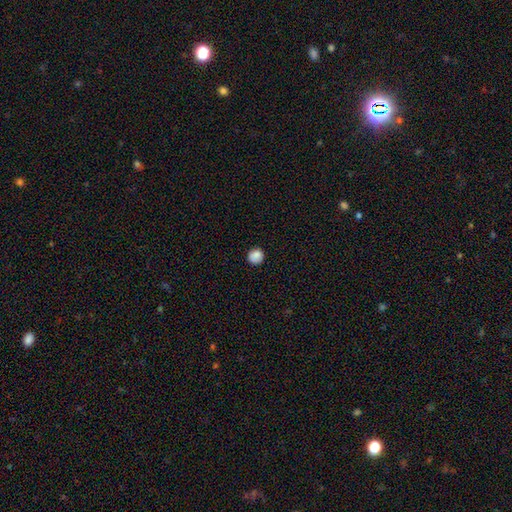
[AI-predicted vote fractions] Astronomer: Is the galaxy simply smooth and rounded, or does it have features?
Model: smooth — 85%.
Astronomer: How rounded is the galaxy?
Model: round — 93%.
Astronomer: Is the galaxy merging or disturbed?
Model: none — 88%.